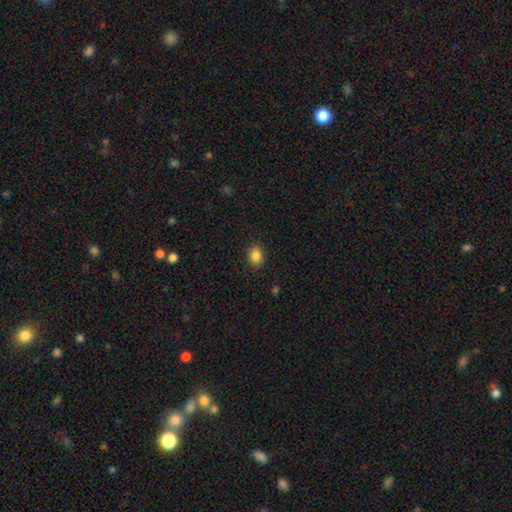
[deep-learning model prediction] smooth-or-featured: smooth: 86% | star or artifact: 10% | featured or disk: 4%
  how-rounded: in between: 57% | round: 42% | cigar-shaped: 1%
  merging: none: 87% | minor disturbance: 9% | major disturbance: 2% | merger: 1%